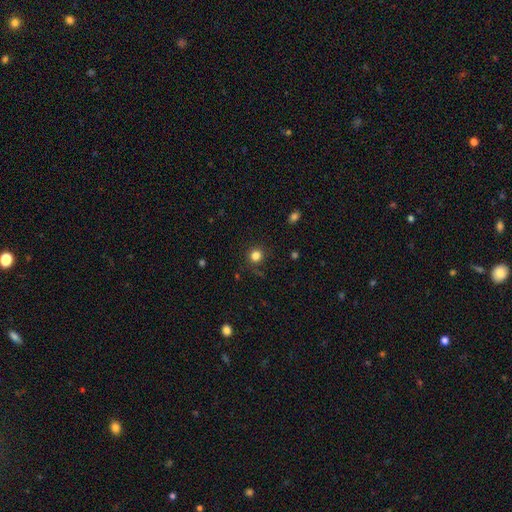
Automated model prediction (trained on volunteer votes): smooth_or_featured: smooth (p=0.82) [alt: star or artifact p=0.14]
how_rounded: round (p=0.87) [alt: in between p=0.12]
merging: none (p=0.84) [alt: minor disturbance p=0.10]